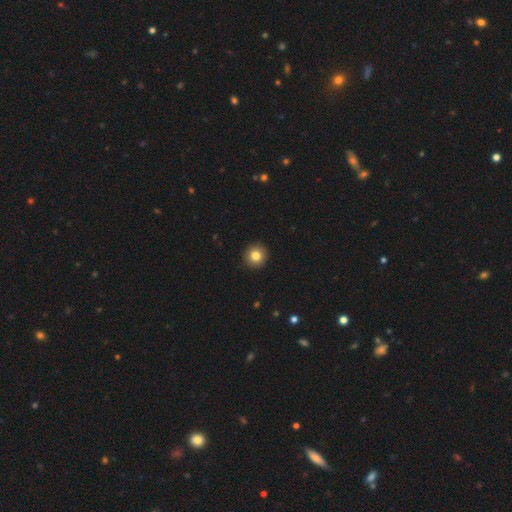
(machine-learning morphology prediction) Smooth or featured?
  - smooth: 82% *
  - star or artifact: 10%
  - featured or disk: 7%
How rounded?
  - round: 94% *
  - in between: 5%
  - cigar-shaped: 1%
Merging?
  - none: 93% *
  - minor disturbance: 4%
  - major disturbance: 1%
  - merger: 1%